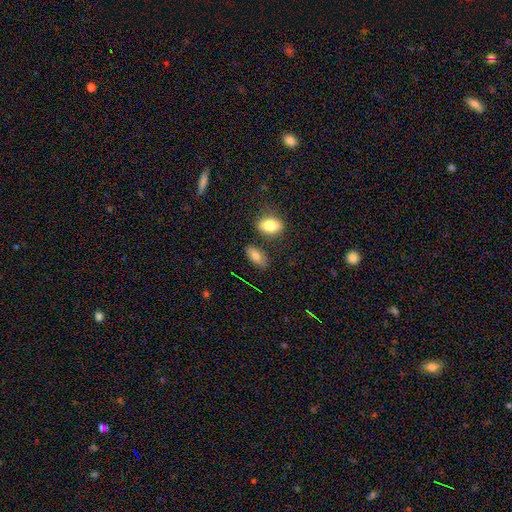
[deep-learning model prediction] Smooth or featured?
  - smooth: 75% *
  - featured or disk: 16%
  - star or artifact: 9%
How rounded?
  - in between: 87% *
  - cigar-shaped: 8%
  - round: 5%
Merging?
  - none: 77% *
  - minor disturbance: 13%
  - merger: 7%
  - major disturbance: 3%